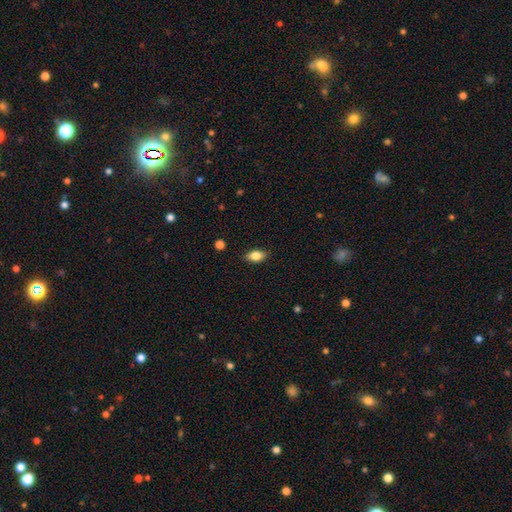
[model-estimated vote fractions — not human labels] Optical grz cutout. It shows a smooth galaxy with no disk features (81%) that is in between round and cigar-shaped (87%). Merging: none (86%).